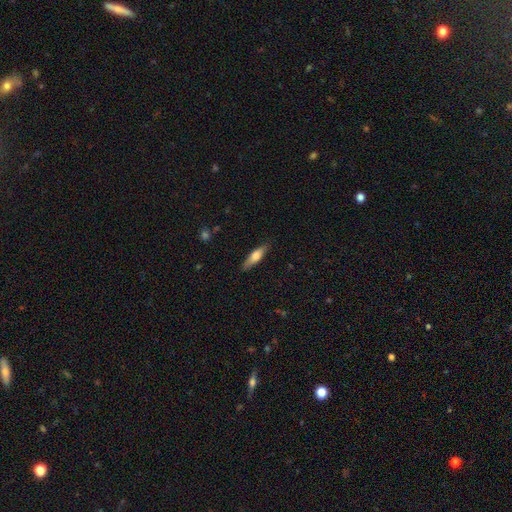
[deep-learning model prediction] Smooth or featured: smooth — 61% (featured or disk — 33%)
How rounded: cigar-shaped — 65% (in between — 33%)
Merging: none — 85% (minor disturbance — 12%)